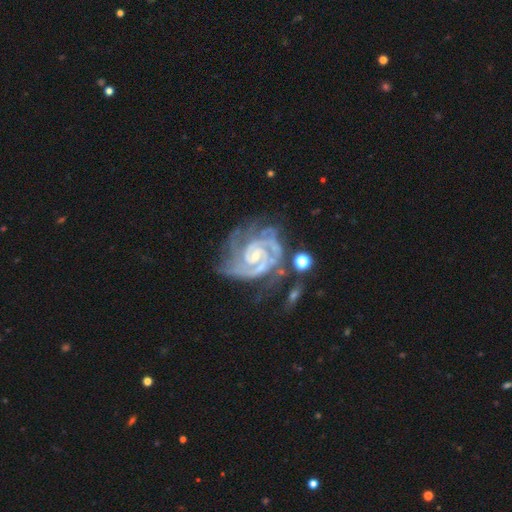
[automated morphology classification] Smooth or featured? featured or disk (93%)
Edge-on disk? no (98%)
Bar? no (48%)
Spiral arms? yes (99%)
Spiral winding? tight (70%)
Spiral arm count? 2 (47%)
Bulge size? small (67%)
Merging? none (54%)